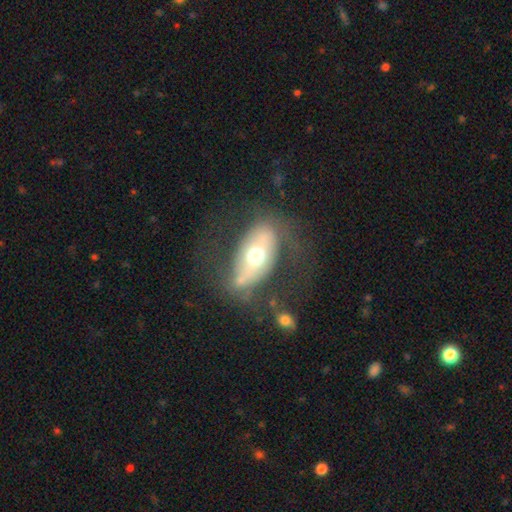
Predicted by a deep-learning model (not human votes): Morphology: type=featured or disk (51%); edge-on=no (82%); merging=none (55%).